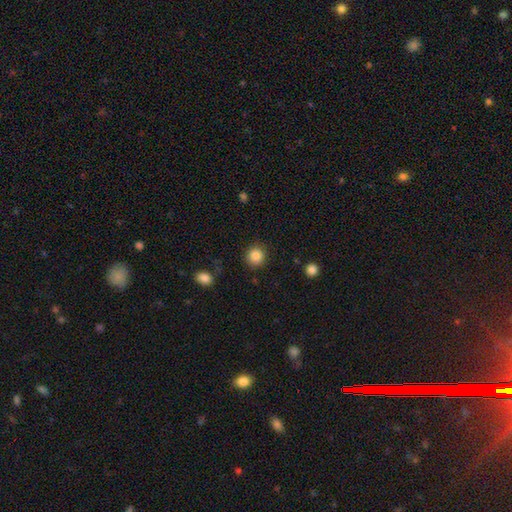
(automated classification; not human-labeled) Q: Smooth or featured?
A: smooth (85%); runner-up: star or artifact (10%)
Q: How rounded?
A: round (92%); runner-up: in between (7%)
Q: Merging?
A: none (89%); runner-up: minor disturbance (7%)